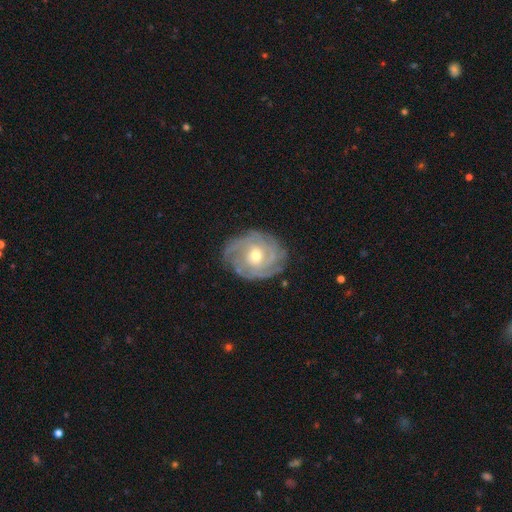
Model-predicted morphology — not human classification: Smooth or featured?
  - featured or disk: 86% *
  - smooth: 8%
  - star or artifact: 6%
Edge-on disk?
  - no: 97% *
  - yes: 3%
Bar?
  - no: 64% *
  - weak: 28%
  - strong: 7%
Spiral arms?
  - yes: 96% *
  - no: 4%
Spiral winding?
  - tight: 75% *
  - medium: 21%
  - loose: 4%
Spiral arm count?
  - 3: 26% * (tied)
  - can't tell: 26% * (tied)
  - 4: 20%
  - 2: 14%
  - more than 4: 7%
  - 1: 6%
Bulge size?
  - moderate: 63% *
  - small: 33%
  - large: 2%
  - none: 1%
  - dominant: 1%
Merging?
  - none: 80% *
  - minor disturbance: 15%
  - major disturbance: 4%
  - merger: 1%